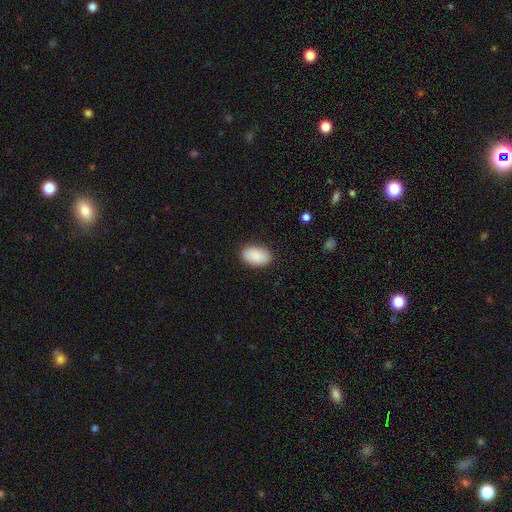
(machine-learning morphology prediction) This is clearly a smooth galaxy (91%). How rounded: clearly in between (94%). Merging: clearly none (89%).